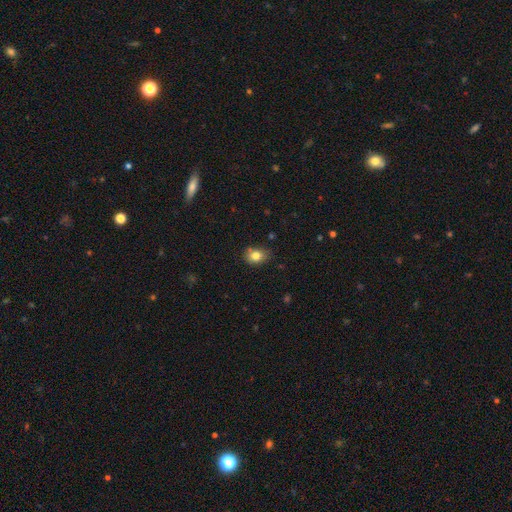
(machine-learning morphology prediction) The model was most divided on "how rounded": in between: 61%, round: 38%, cigar-shaped: 1%. More confident: smooth or featured — smooth (81%); merging — none (73%).